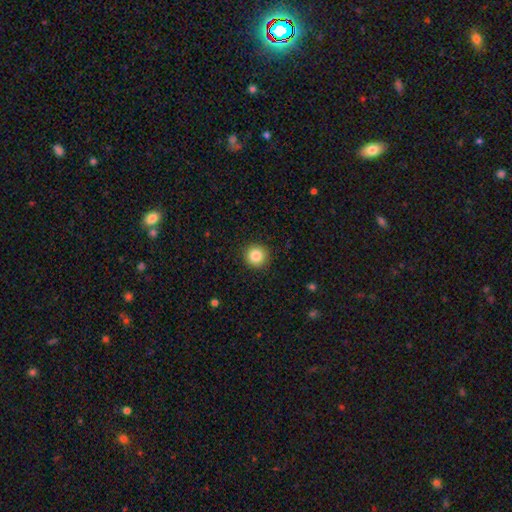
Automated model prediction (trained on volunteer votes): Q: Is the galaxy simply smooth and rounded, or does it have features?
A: smooth — 86%.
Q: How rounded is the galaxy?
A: round — 95%.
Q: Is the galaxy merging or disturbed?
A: none — 91%.